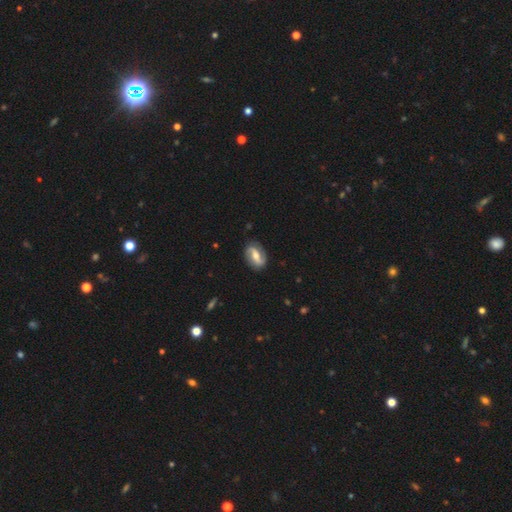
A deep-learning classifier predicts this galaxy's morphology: This is likely a featured or disk galaxy (74%). It is clearly not viewed edge-on (96%). Bar: marginally weak (40%). Spiral arm pattern: clearly yes (90%). Spiral arm count: clearly 2 (90%). Spiral winding: marginally loose (44%). Central bulge: likely moderate (63%). Merging: clearly none (84%).